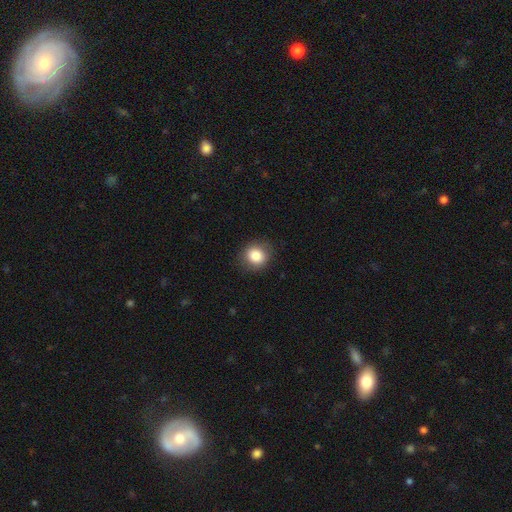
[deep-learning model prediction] smooth-or-featured: smooth: 83% | star or artifact: 9% | featured or disk: 7%
  how-rounded: round: 82% | in between: 17% | cigar-shaped: 1%
  merging: none: 87% | minor disturbance: 9% | major disturbance: 3% | merger: 1%